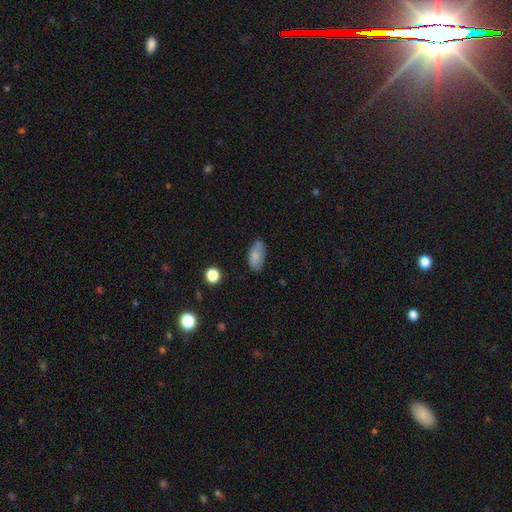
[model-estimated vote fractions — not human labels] A smooth galaxy with no disk features (75%) that is in between round and cigar-shaped (91%).

Vote fractions:
- Smooth or featured? smooth: 75% / featured or disk: 17% / star or artifact: 8%
- How rounded? in between: 91% / cigar-shaped: 5% / round: 4%
- Merging? none: 67% / minor disturbance: 25% / major disturbance: 6% / merger: 2%